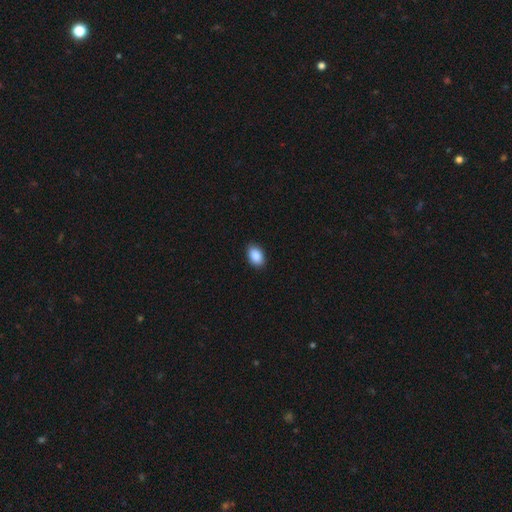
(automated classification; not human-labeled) This is clearly a smooth galaxy (90%). How rounded: clearly in between (90%). Merging: clearly none (89%).